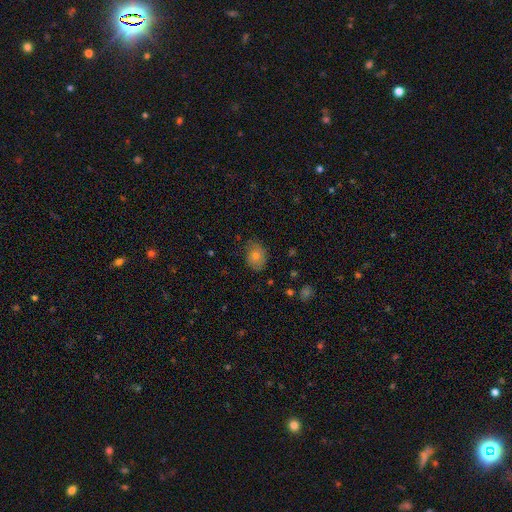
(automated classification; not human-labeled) Overall: smooth (69%). How rounded: in between (58%; round 41%). Merging: none (75%).